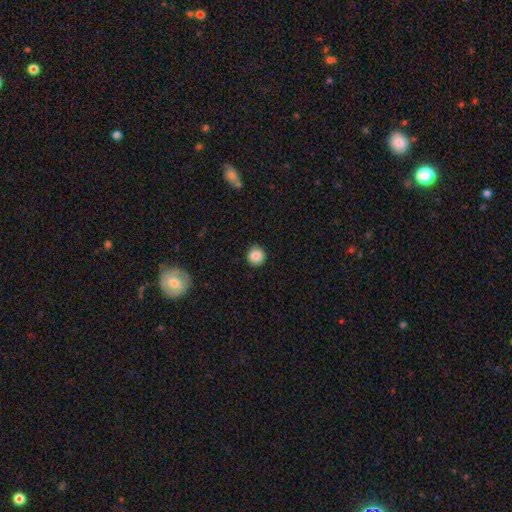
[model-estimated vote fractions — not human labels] smooth-or-featured: smooth: 86% | star or artifact: 9% | featured or disk: 5%
  how-rounded: round: 90% | in between: 9% | cigar-shaped: 1%
  merging: none: 87% | minor disturbance: 10% | major disturbance: 2% | merger: 1%